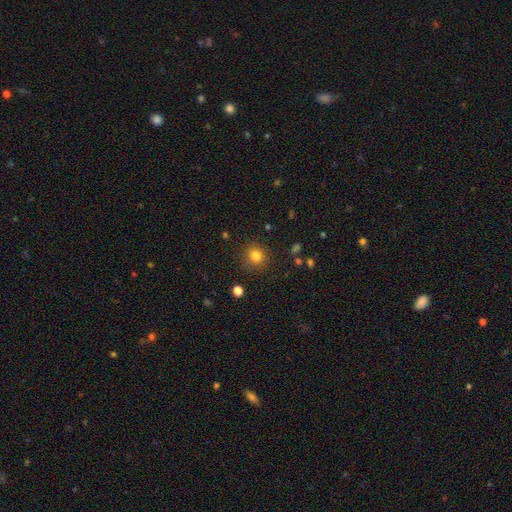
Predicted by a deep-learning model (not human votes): A smooth galaxy with no disk features (81%) that is round (85%). Merging: none (87%).